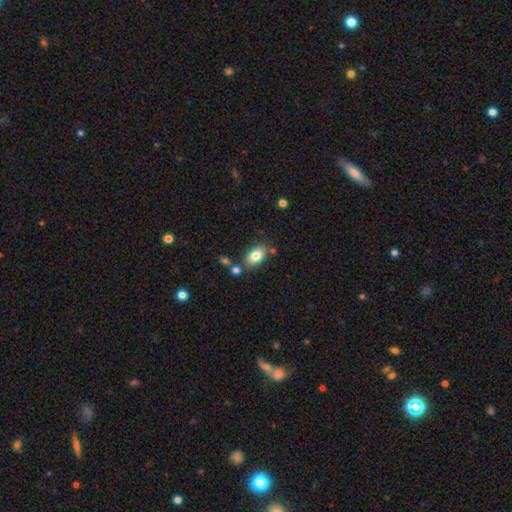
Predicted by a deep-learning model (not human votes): Q: Smooth or featured?
A: smooth (80%); runner-up: featured or disk (12%)
Q: How rounded?
A: in between (90%); runner-up: round (6%)
Q: Merging?
A: none (74%); runner-up: minor disturbance (13%)